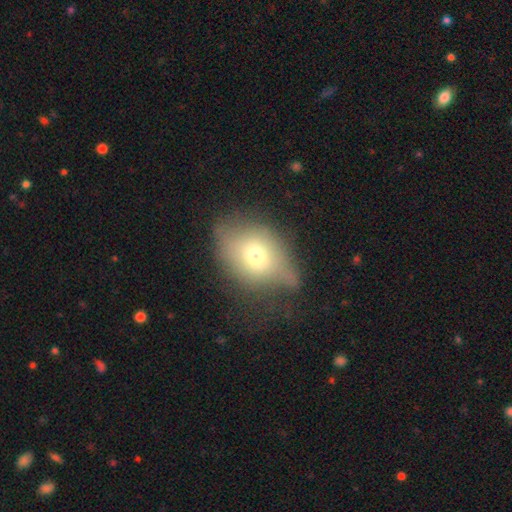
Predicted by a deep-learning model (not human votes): smooth-or-featured: smooth: 61% | featured or disk: 27% | star or artifact: 11%
  how-rounded: in between: 62% | round: 36% | cigar-shaped: 2%
  merging: none: 41% | minor disturbance: 35% | major disturbance: 21% | merger: 3%